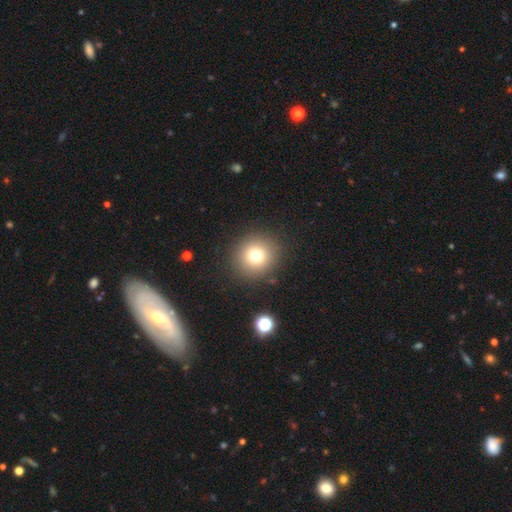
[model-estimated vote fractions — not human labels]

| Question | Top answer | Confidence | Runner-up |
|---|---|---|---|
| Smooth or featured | smooth | 75% | star or artifact (15%) |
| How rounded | round | 91% | in between (8%) |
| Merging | none | 89% | minor disturbance (7%) |